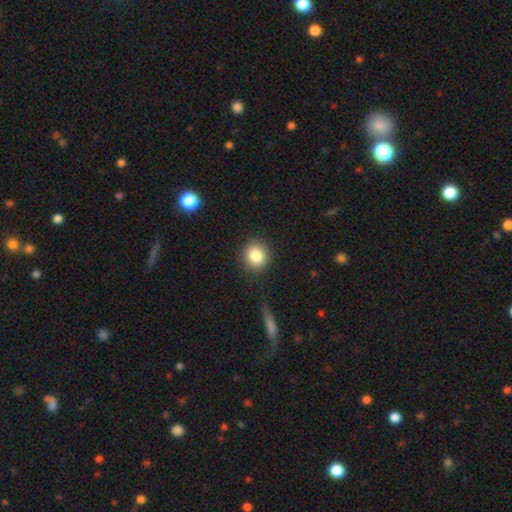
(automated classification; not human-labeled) Morphology: type=smooth (84%); roundness=round (84%); merging=none (88%).